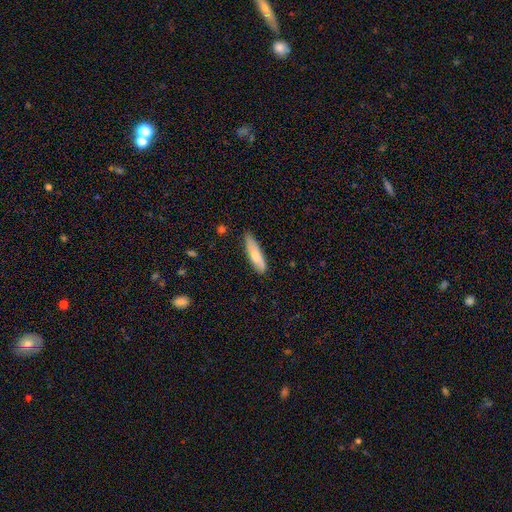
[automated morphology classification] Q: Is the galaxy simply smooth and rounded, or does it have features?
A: smooth — 74%.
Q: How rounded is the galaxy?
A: cigar-shaped — 68%.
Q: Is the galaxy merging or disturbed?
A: none — 76%.